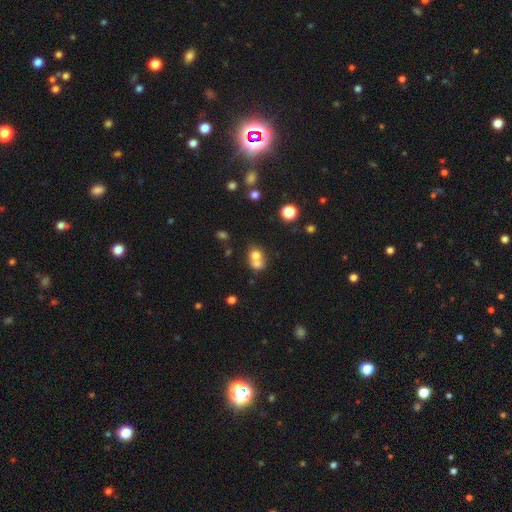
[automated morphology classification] Q: Smooth or featured?
A: smooth (69%); runner-up: featured or disk (19%)
Q: How rounded?
A: round (63%); runner-up: in between (36%)
Q: Merging?
A: merger (66%); runner-up: none (24%)